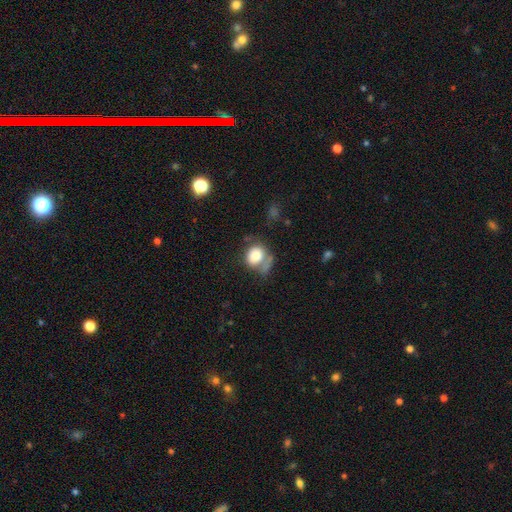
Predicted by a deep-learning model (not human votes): Overall: smooth (79%). How rounded: round (61%; in between 38%). Merging: none (38%; minor disturbance 24%).